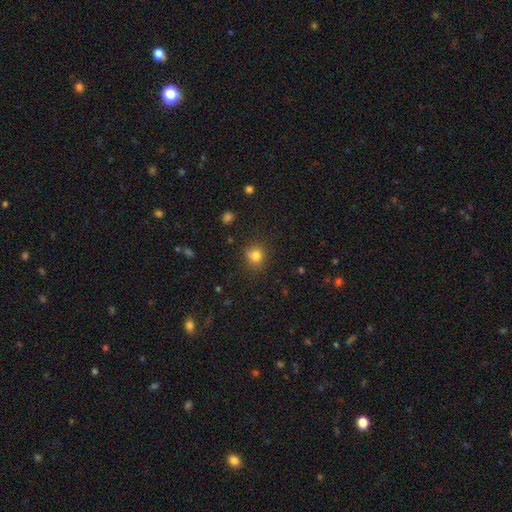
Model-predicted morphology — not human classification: Overall: smooth (79%). How rounded: round (75%). Merging: none (67%).